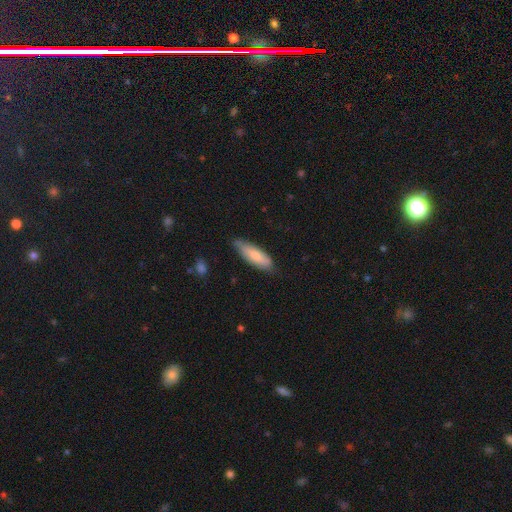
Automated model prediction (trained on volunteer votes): smooth_or_featured: smooth (p=0.74) [alt: featured or disk p=0.21]
how_rounded: in between (p=0.58) [alt: cigar-shaped p=0.40]
merging: none (p=0.65) [alt: minor disturbance p=0.29]